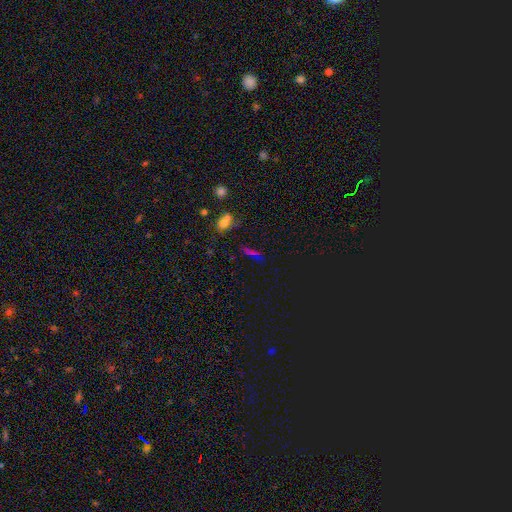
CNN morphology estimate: Smooth or featured? Predicted: smooth (p=0.44). Merging? Predicted: none (p=0.63).